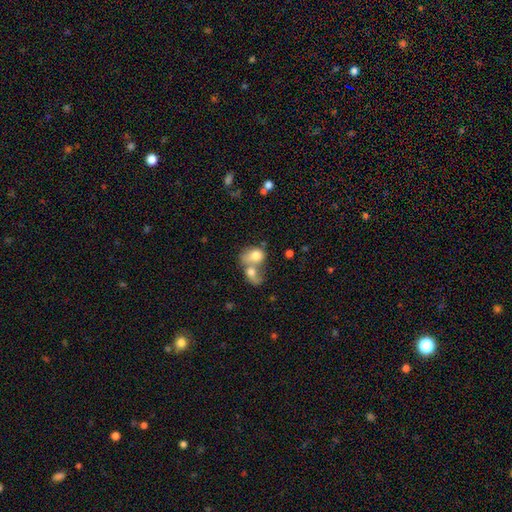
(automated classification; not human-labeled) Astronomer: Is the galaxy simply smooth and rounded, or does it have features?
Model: smooth — 73%.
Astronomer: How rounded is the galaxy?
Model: in between — 58% (runner-up: round, 41%).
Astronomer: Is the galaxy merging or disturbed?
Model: merger — 77%.